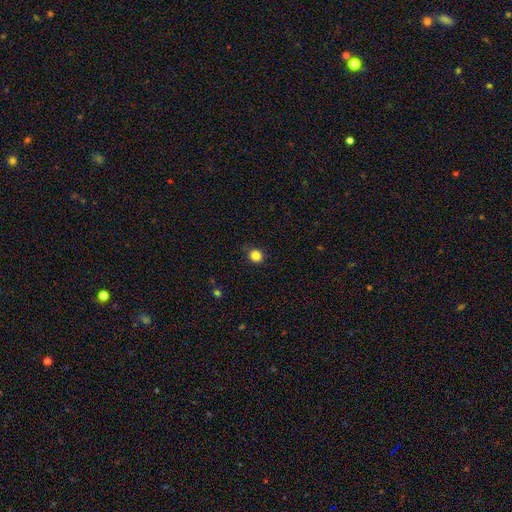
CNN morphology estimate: A smooth galaxy with no disk features (85%) that is round (87%).

Vote fractions:
- Smooth or featured? smooth: 85% / star or artifact: 12% / featured or disk: 4%
- How rounded? round: 87% / in between: 13% / cigar-shaped: 1%
- Merging? none: 86% / minor disturbance: 10% / major disturbance: 2% / merger: 1%